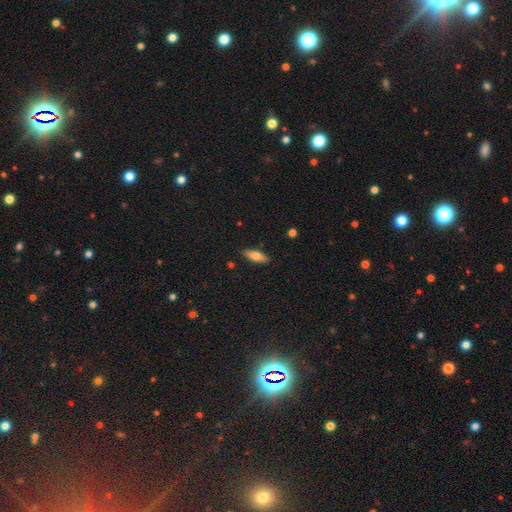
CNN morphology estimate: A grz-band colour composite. It shows a smooth galaxy with no disk features (71%) that is in between round and cigar-shaped (66%). Merging: none (88%).